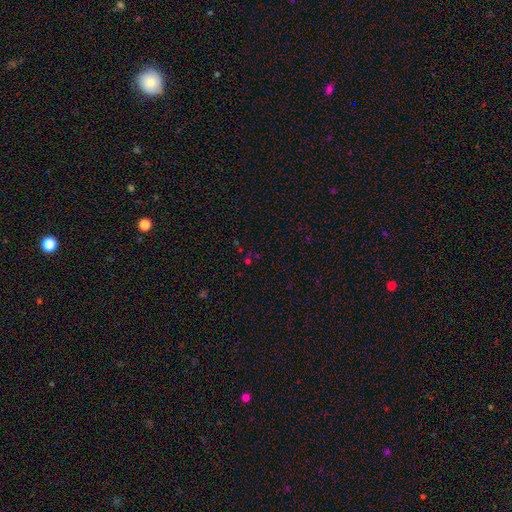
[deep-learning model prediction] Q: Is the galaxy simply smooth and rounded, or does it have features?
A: star or artifact — 57%.